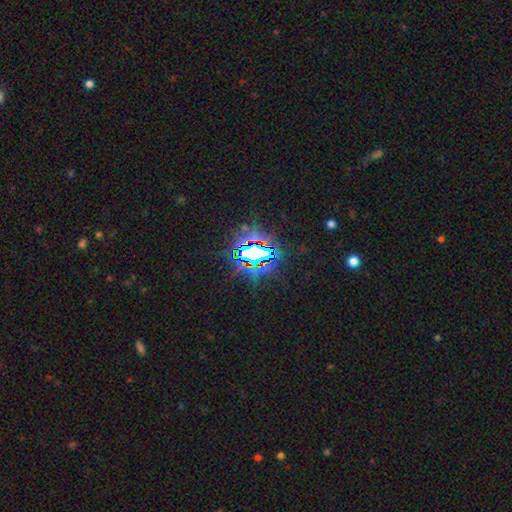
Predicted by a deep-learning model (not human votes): Overall: star or artifact (82%).